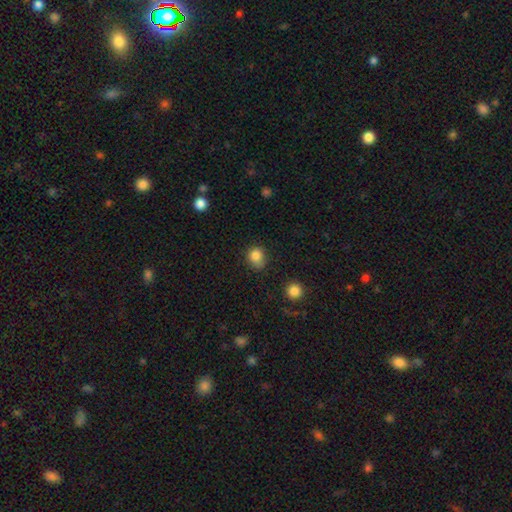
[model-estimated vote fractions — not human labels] smooth_or_featured: smooth (p=0.83) [alt: star or artifact p=0.12]
how_rounded: round (p=0.76) [alt: in between p=0.24]
merging: none (p=0.68) [alt: minor disturbance p=0.24]